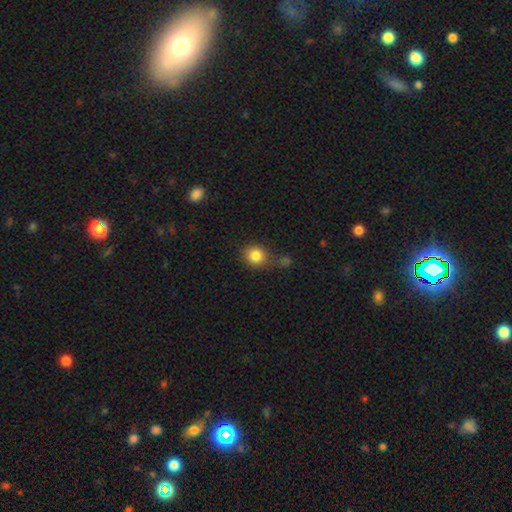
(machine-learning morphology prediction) A smooth galaxy with no disk features (83%) that is round (82%). Merging: none (66%).